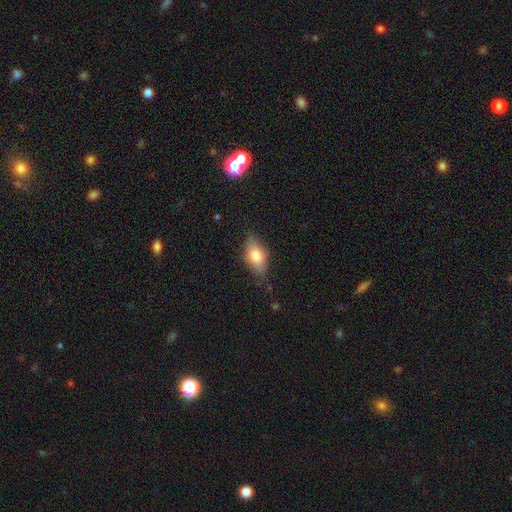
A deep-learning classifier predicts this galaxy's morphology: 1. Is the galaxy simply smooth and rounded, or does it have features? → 72% smooth, 20% featured or disk, 8% star or artifact.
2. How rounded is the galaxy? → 85% in between, 9% round, 6% cigar-shaped.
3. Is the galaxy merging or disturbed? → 73% none, 21% minor disturbance, 5% major disturbance, 1% merger.